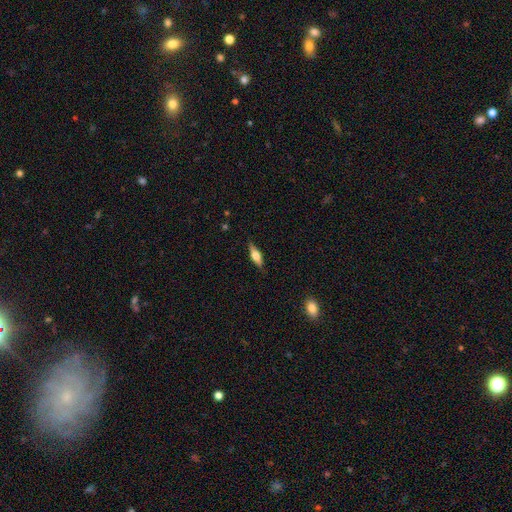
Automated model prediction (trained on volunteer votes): Q: Smooth or featured?
A: featured or disk (47%); runner-up: smooth (46%)
Q: Merging?
A: none (84%); runner-up: minor disturbance (12%)